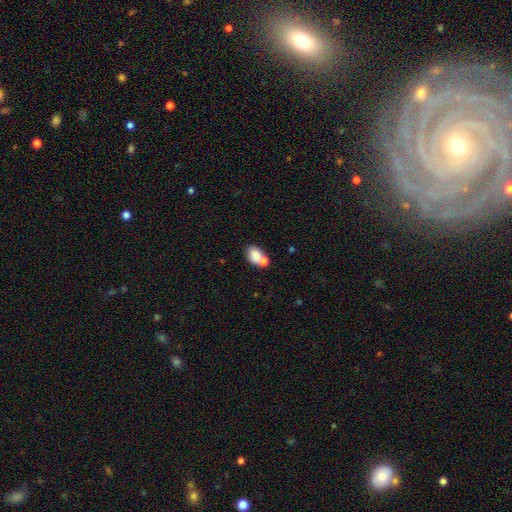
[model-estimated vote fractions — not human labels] This appears to be a smooth galaxy with no disk features (77%) that is in between round and cigar-shaped (74%). Merging: merger (50%).